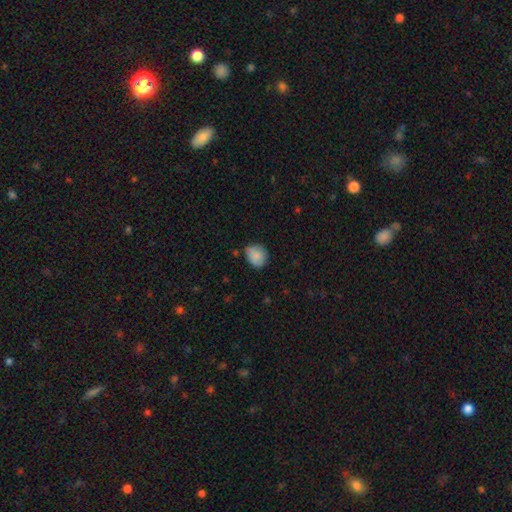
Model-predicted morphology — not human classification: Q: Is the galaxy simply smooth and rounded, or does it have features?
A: smooth — 86%.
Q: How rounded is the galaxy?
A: round — 57%.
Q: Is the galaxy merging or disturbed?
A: none — 68%.